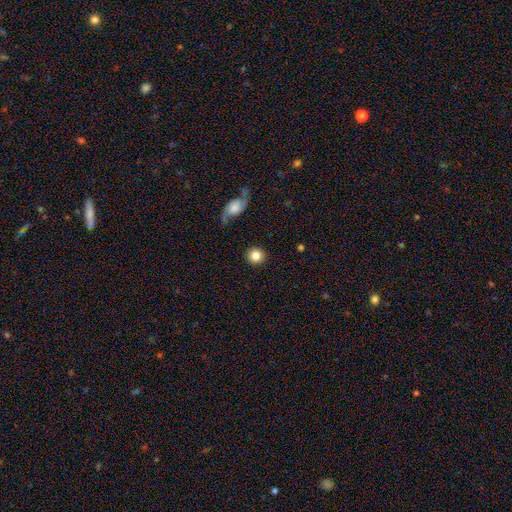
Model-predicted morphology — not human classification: Overall: smooth (83%). How rounded: round (92%). Merging: none (89%).